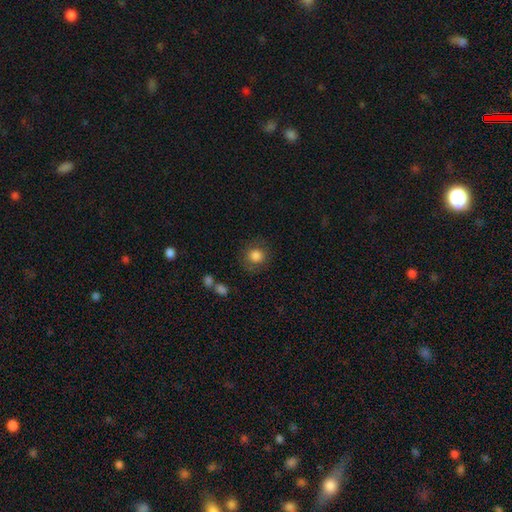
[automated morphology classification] This appears to be a smooth galaxy with no disk features (83%) that is round (88%). Merging: none (81%).